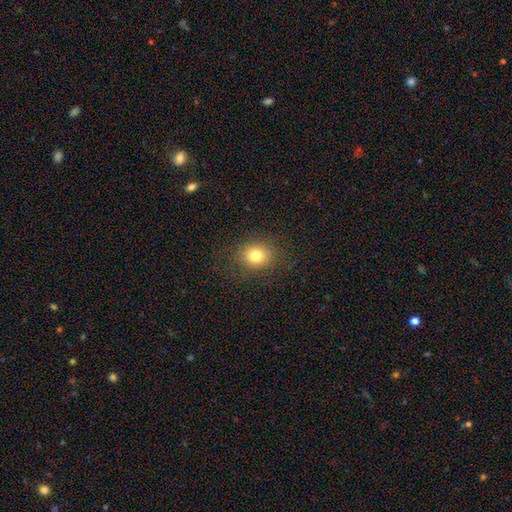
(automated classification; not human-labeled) smooth-or-featured: smooth: 78% | star or artifact: 13% | featured or disk: 9%
  how-rounded: round: 68% | in between: 31% | cigar-shaped: 1%
  merging: none: 85% | minor disturbance: 9% | major disturbance: 4% | merger: 1%